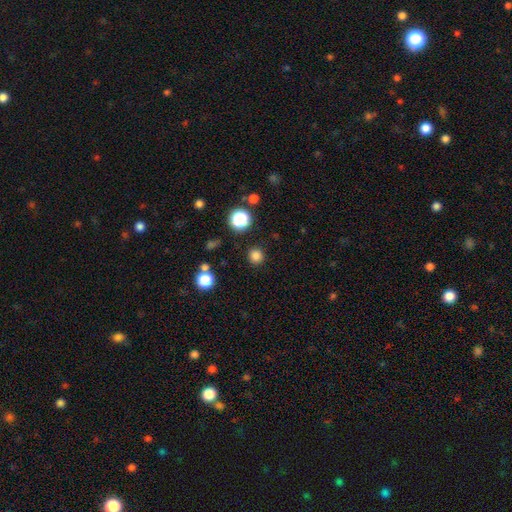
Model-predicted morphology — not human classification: Q: Smooth or featured?
A: smooth (81%); runner-up: star or artifact (16%)
Q: How rounded?
A: round (93%); runner-up: in between (6%)
Q: Merging?
A: none (90%); runner-up: minor disturbance (6%)